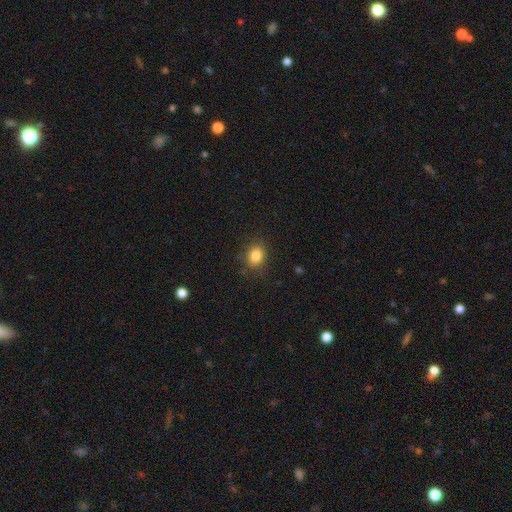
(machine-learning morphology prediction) Smooth or featured? Predicted: smooth (p=0.84). How rounded? Predicted: in between (p=0.49, tied with round). Merging? Predicted: none (p=0.81).